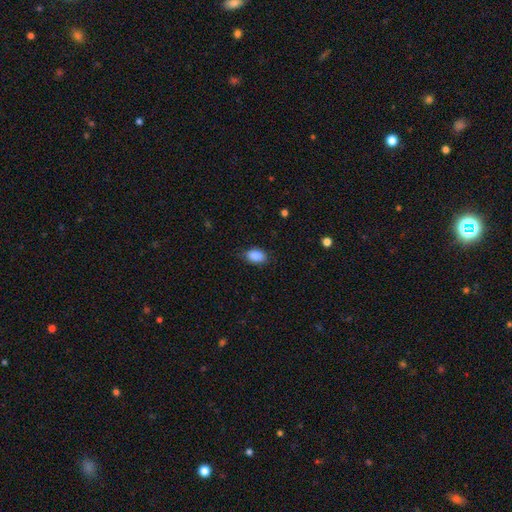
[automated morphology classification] smooth-or-featured: smooth: 88% | star or artifact: 8% | featured or disk: 4%
  how-rounded: in between: 85% | round: 13% | cigar-shaped: 1%
  merging: none: 77% | minor disturbance: 18% | major disturbance: 4% | merger: 1%